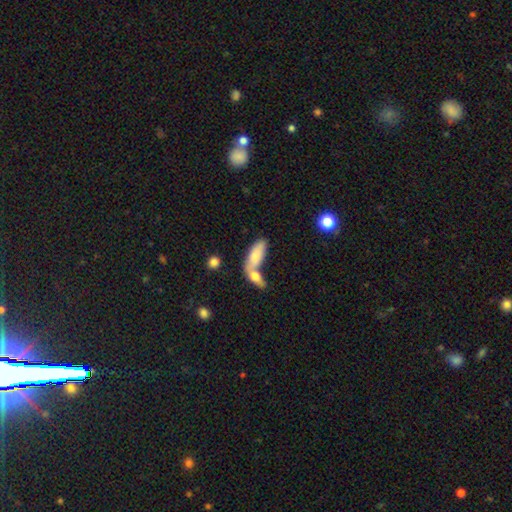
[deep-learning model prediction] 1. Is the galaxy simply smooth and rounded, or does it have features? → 76% smooth, 18% featured or disk, 6% star or artifact.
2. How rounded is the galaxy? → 73% in between, 25% cigar-shaped, 3% round.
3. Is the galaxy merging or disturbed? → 55% merger, 31% none, 10% minor disturbance, 5% major disturbance.